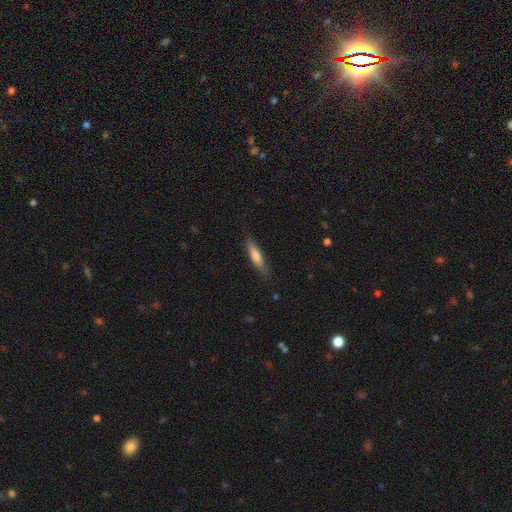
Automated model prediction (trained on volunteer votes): The model was most divided on "smooth or featured": smooth: 73%, featured or disk: 22%, star or artifact: 6%. More confident: merging — none (82%); how rounded — cigar-shaped (77%).